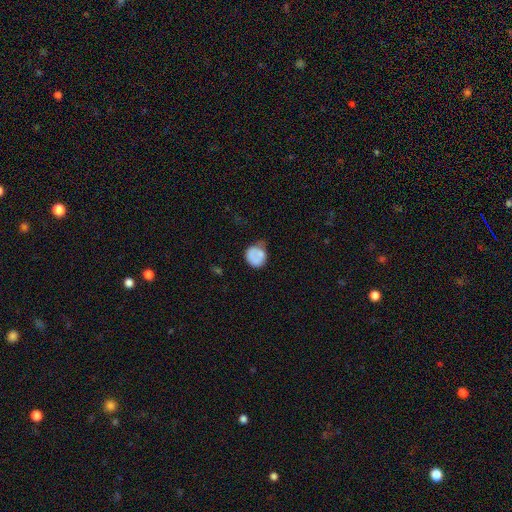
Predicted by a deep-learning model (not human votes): Overall: smooth (72%). How rounded: round (74%). Merging: none (44%; minor disturbance 29%).